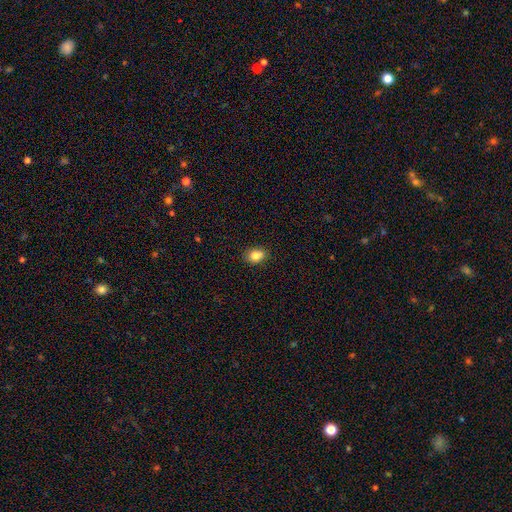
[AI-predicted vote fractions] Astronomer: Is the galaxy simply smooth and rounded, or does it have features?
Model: smooth — 84%.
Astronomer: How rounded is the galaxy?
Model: in between — 68%.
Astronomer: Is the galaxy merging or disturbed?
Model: none — 82%.